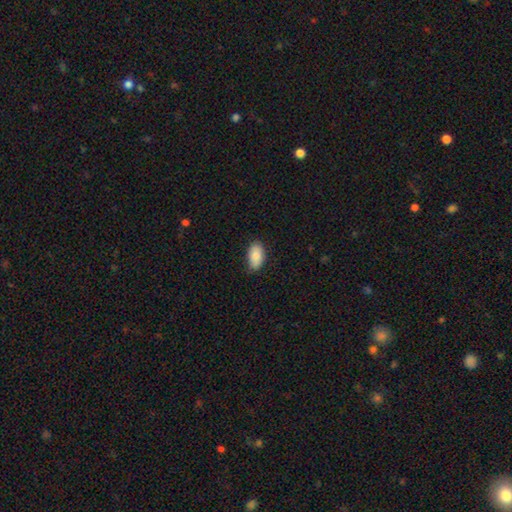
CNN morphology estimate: The model was most divided on "merging": none: 80%, minor disturbance: 17%, major disturbance: 2%, merger: 1%. More confident: how rounded — in between (94%); smooth or featured — smooth (82%).